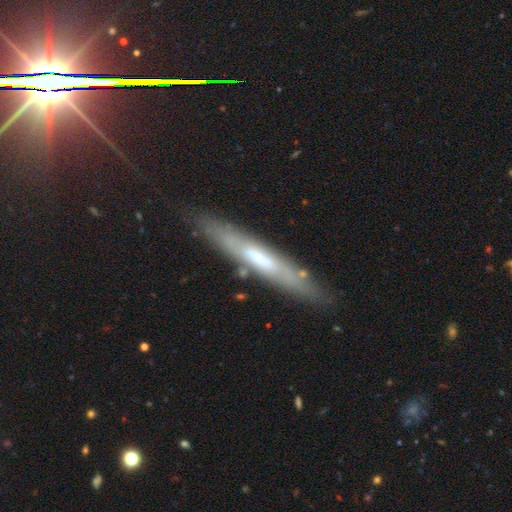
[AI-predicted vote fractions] This is possibly a featured or disk galaxy (54%). It is likely viewed edge-on (74%). Merging: clearly none (81%).